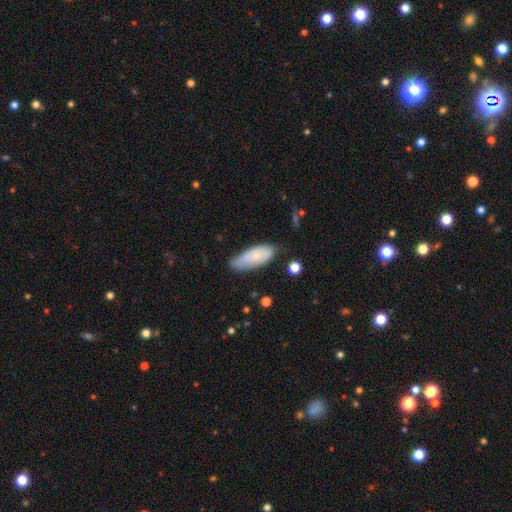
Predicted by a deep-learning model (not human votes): This appears to be a smooth galaxy with no disk features (73%) that is in between round and cigar-shaped (79%). Merging: none (63%).